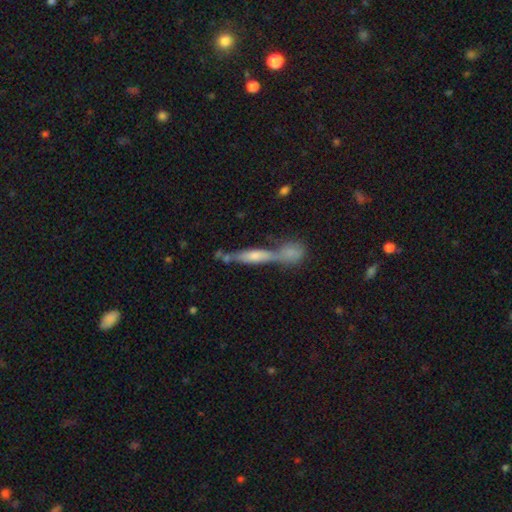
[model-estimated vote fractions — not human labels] featured or disk 59%, smooth 26%, star or artifact 15%. Down the decision tree: edge-on disk — yes (85%); merging — none (50%).